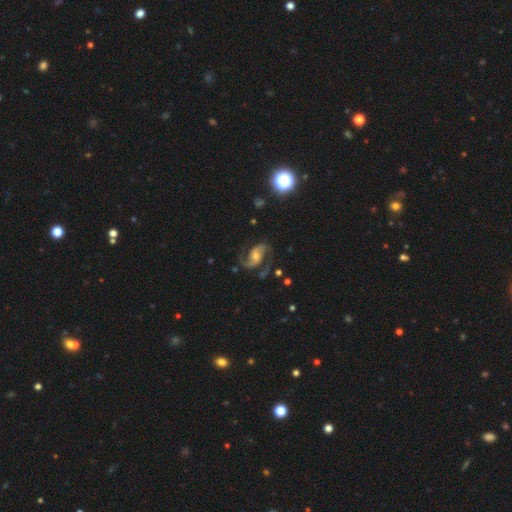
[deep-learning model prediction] The model was most divided on "bar": no: 47%, weak: 37%, strong: 16%. More confident: spiral arms — yes (98%); edge-on disk — no (98%); spiral arm count — 2 (93%); smooth or featured — featured or disk (90%); merging — none (75%); bulge size — moderate (55%); spiral winding — medium (52%).